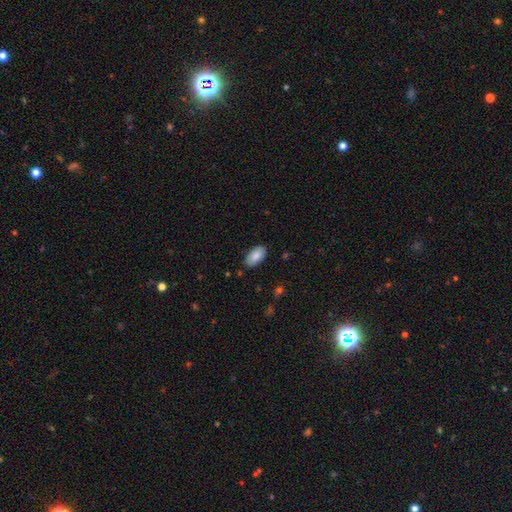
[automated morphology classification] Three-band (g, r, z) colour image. It shows a smooth galaxy with no disk features (88%) that is in between round and cigar-shaped (95%). Merging: none (86%).